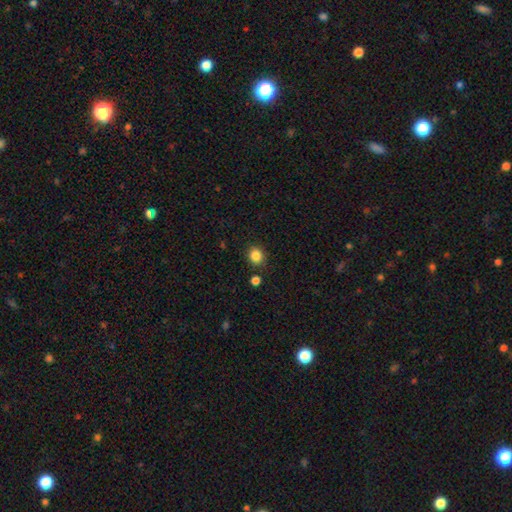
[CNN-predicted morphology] smooth 85%, star or artifact 11%, featured or disk 4%. Down the decision tree: how rounded — round (77%); merging — none (85%).